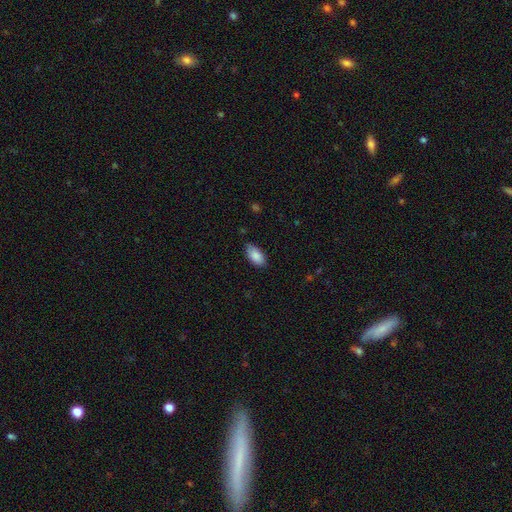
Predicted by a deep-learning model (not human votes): Overall: smooth (88%). How rounded: in between (93%). Merging: none (79%).